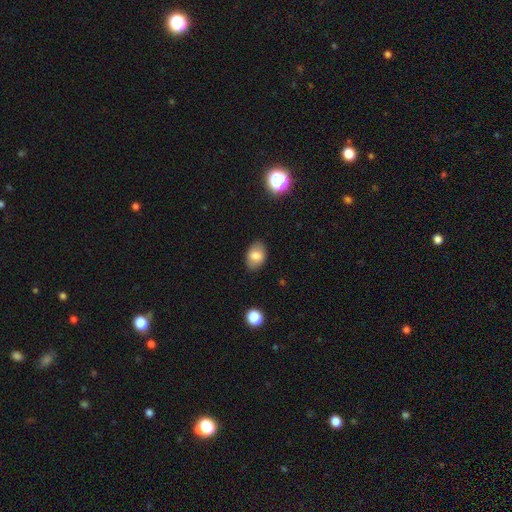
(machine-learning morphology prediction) smooth_or_featured: smooth (p=0.77) [alt: featured or disk p=0.14]
how_rounded: in between (p=0.85) [alt: round p=0.14]
merging: none (p=0.84) [alt: minor disturbance p=0.12]